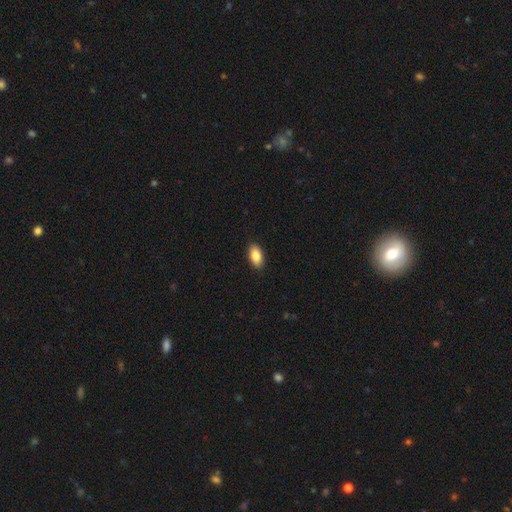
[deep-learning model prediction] smooth_or_featured: smooth (p=0.87) [alt: star or artifact p=0.07]
how_rounded: in between (p=0.93) [alt: round p=0.04]
merging: none (p=0.90) [alt: minor disturbance p=0.08]